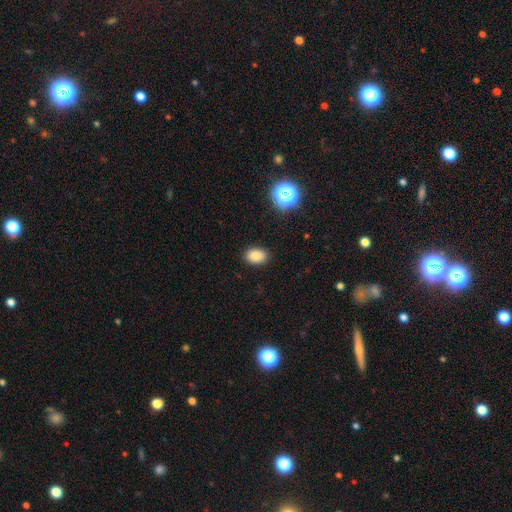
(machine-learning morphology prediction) Q: Smooth or featured?
A: smooth (84%); runner-up: star or artifact (11%)
Q: How rounded?
A: in between (76%); runner-up: round (22%)
Q: Merging?
A: none (88%); runner-up: minor disturbance (9%)